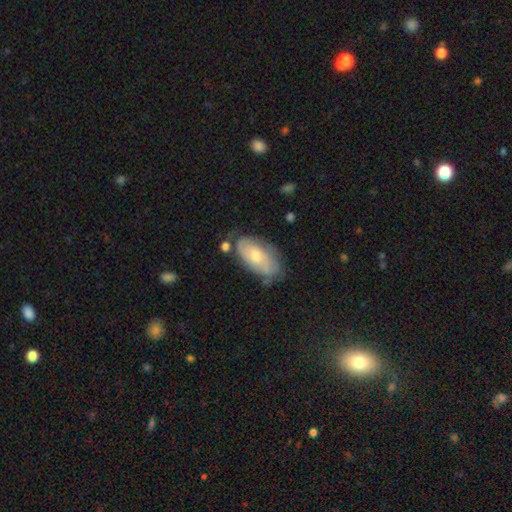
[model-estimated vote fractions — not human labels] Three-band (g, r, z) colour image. It shows a featured or disk galaxy (51%). Merging: none (58%).